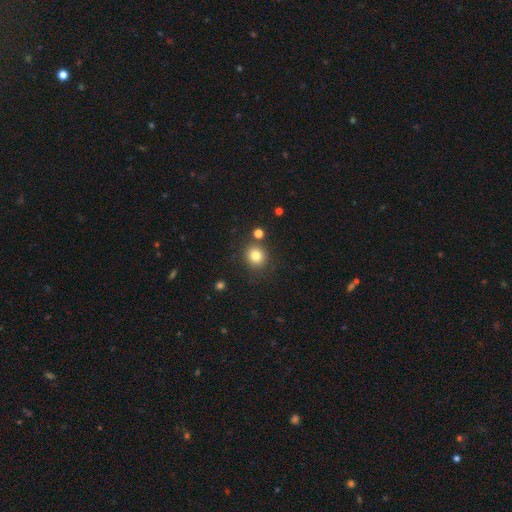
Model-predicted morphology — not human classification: Smooth or featured: smooth — 81% (star or artifact — 12%)
How rounded: round — 88% (in between — 12%)
Merging: none — 82% (minor disturbance — 9%)